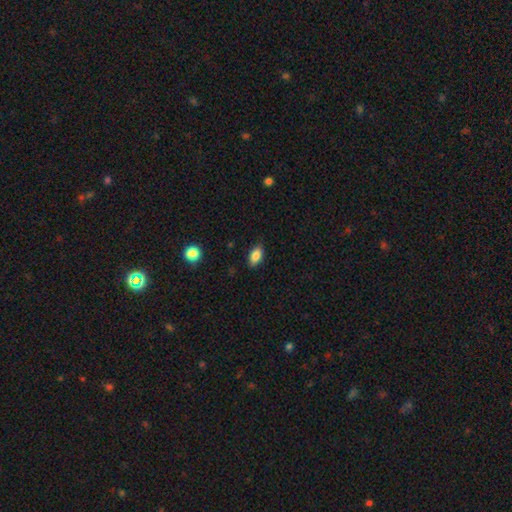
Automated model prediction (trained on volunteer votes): smooth-or-featured: smooth: 83% | featured or disk: 9% | star or artifact: 8%
  how-rounded: in between: 89% | cigar-shaped: 6% | round: 5%
  merging: none: 85% | minor disturbance: 12% | major disturbance: 2% | merger: 1%